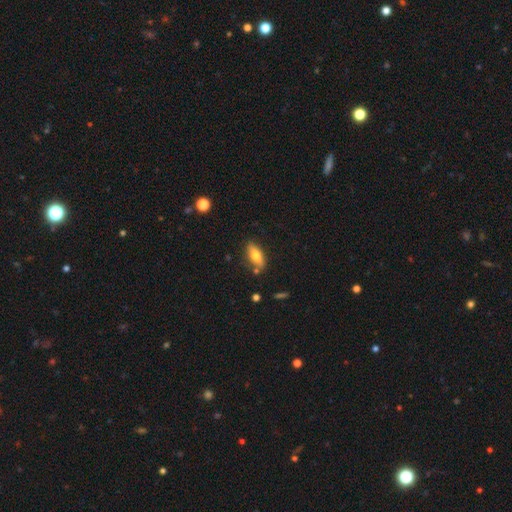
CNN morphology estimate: The model was most divided on "smooth or featured": smooth: 72%, featured or disk: 21%, star or artifact: 7%. More confident: how rounded — in between (78%); merging — none (77%).